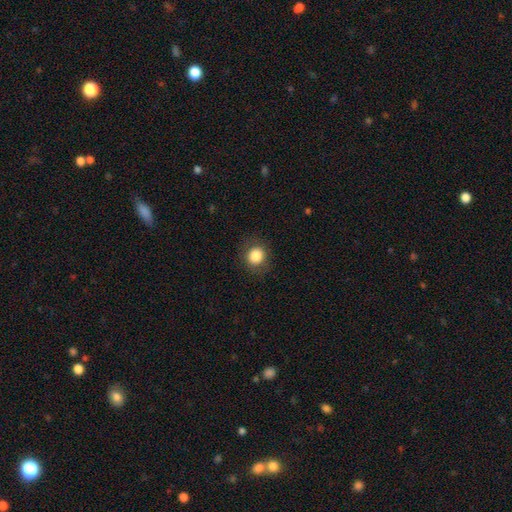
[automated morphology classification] Smooth or featured?
  - smooth: 85% *
  - star or artifact: 10%
  - featured or disk: 6%
How rounded?
  - round: 82% *
  - in between: 17%
  - cigar-shaped: 1%
Merging?
  - none: 87% *
  - minor disturbance: 9%
  - major disturbance: 4%
  - merger: 1%